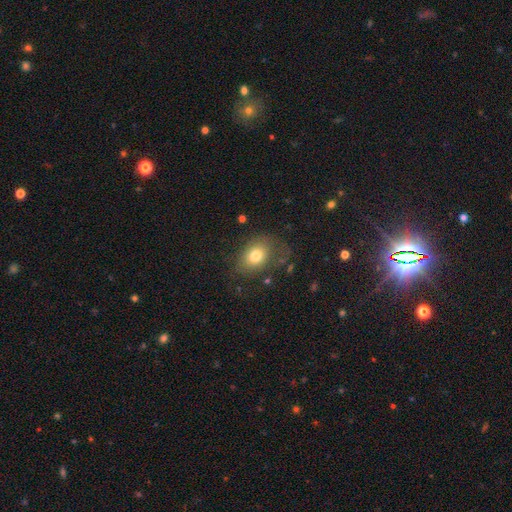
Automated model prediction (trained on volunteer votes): A smooth galaxy with no disk features (76%) that is in between round and cigar-shaped (71%). Merging: none (67%).